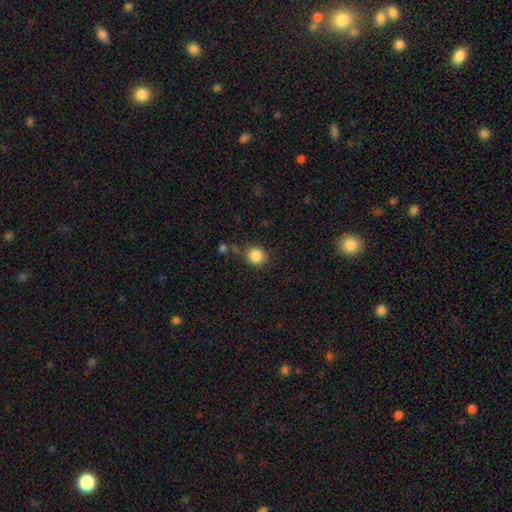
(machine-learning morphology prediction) Smooth or featured? Predicted: smooth (p=0.86). How rounded? Predicted: round (p=0.85). Merging? Predicted: none (p=0.79).